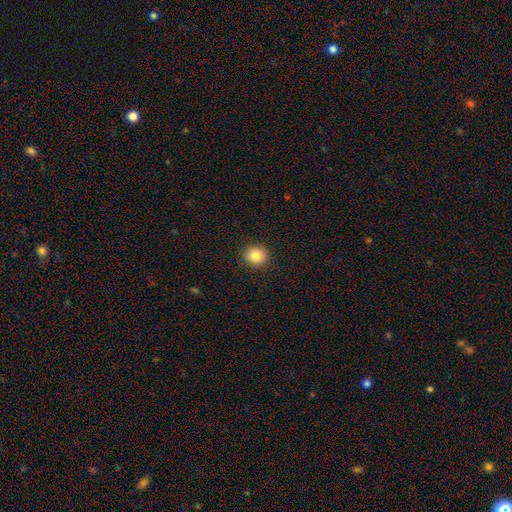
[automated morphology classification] The model was most divided on "how rounded": round: 84%, in between: 15%, cigar-shaped: 1%. More confident: merging — none (91%); smooth or featured — smooth (85%).